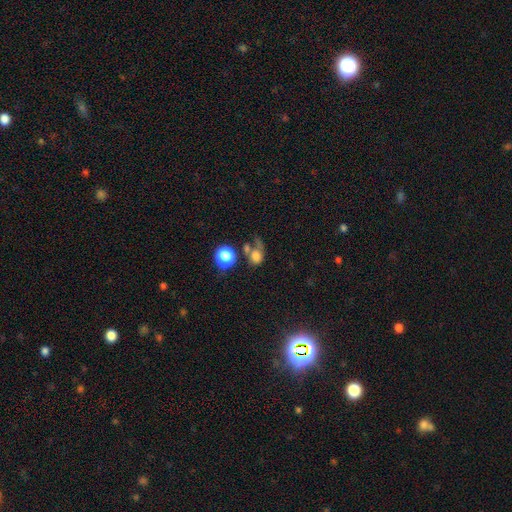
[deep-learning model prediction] Morphology: type=smooth (70%); roundness=round (62%); merging=merger (32%).